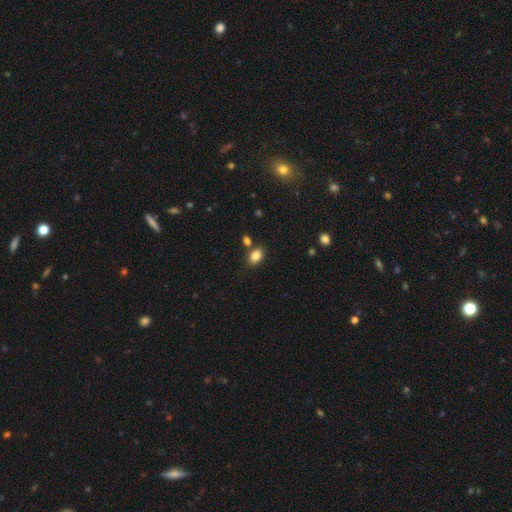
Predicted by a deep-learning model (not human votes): A smooth galaxy with no disk features (85%) that is in between round and cigar-shaped (84%).

Vote fractions:
- Smooth or featured? smooth: 85% / star or artifact: 9% / featured or disk: 6%
- How rounded? in between: 84% / round: 14% / cigar-shaped: 1%
- Merging? none: 73% / minor disturbance: 12% / merger: 11% / major disturbance: 3%